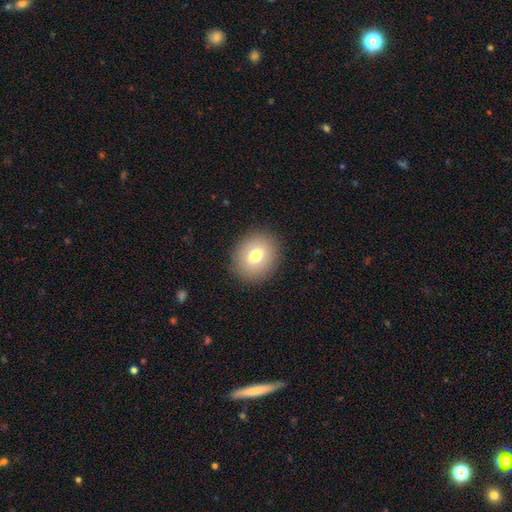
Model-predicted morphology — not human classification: Overall: smooth (72%). How rounded: round (61%; in between 38%). Merging: none (88%).